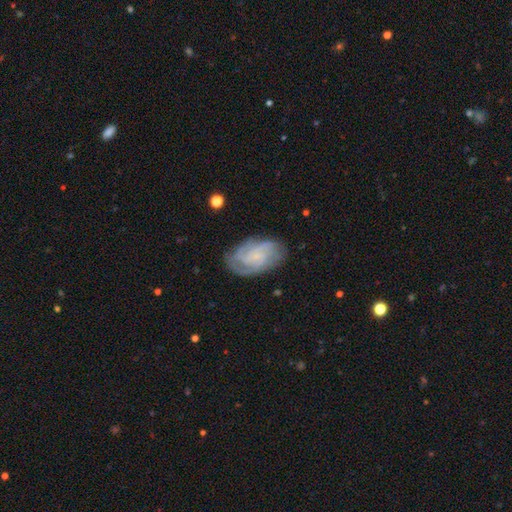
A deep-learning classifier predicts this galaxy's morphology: featured or disk 77%, smooth 16%, star or artifact 7%. Down the decision tree: edge-on disk — no (97%); bar — no (65%); spiral arms — yes (95%); spiral arm count — can't tell (30%); spiral winding — tight (53%); bulge size — small (68%); merging — none (74%).